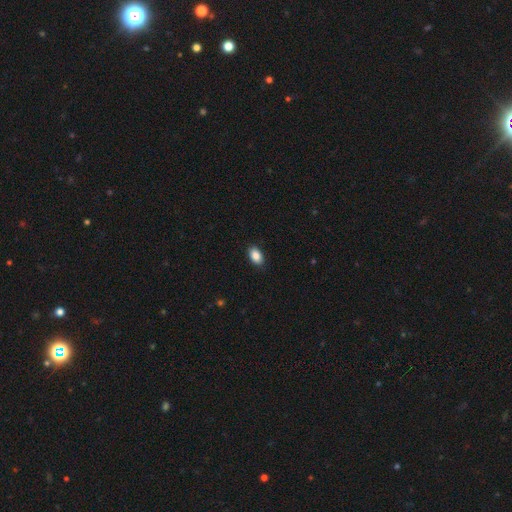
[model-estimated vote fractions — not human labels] Smooth or featured?
  - smooth: 87% *
  - star or artifact: 8%
  - featured or disk: 5%
How rounded?
  - in between: 89% *
  - round: 10%
  - cigar-shaped: 1%
Merging?
  - none: 88% *
  - minor disturbance: 9%
  - major disturbance: 2%
  - merger: 1%